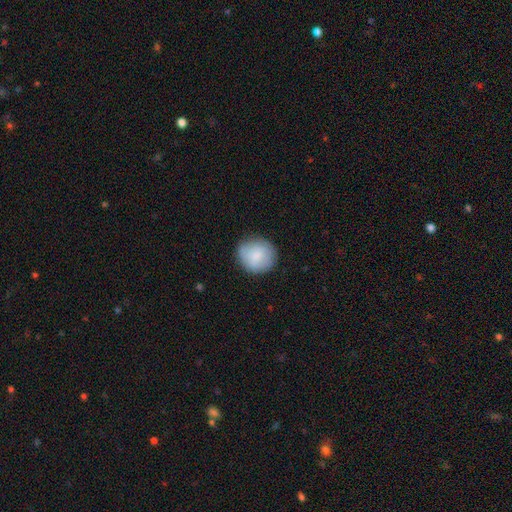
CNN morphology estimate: This appears to be a smooth galaxy with no disk features (81%) that is round (83%). Merging: none (81%).